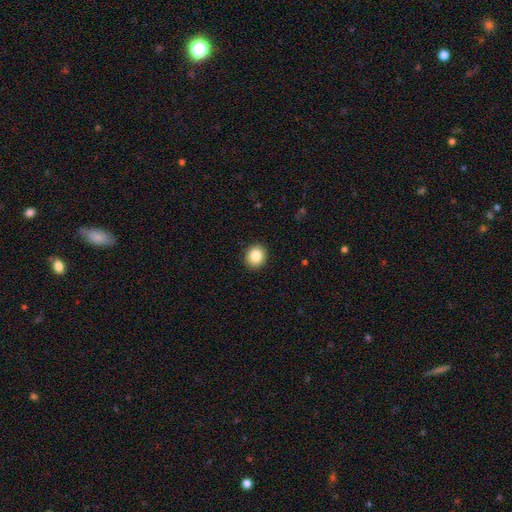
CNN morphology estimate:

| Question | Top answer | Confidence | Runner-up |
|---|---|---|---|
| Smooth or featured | smooth | 85% | star or artifact (9%) |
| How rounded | round | 83% | in between (16%) |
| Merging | none | 92% | minor disturbance (5%) |